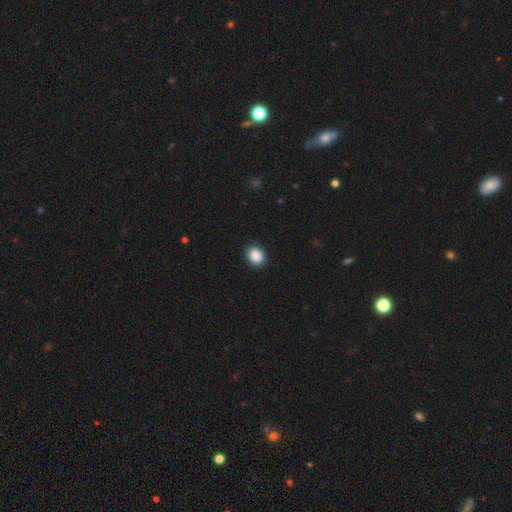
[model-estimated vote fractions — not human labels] Smooth or featured? Predicted: smooth (p=0.89). How rounded? Predicted: round (p=0.53). Merging? Predicted: none (p=0.89).